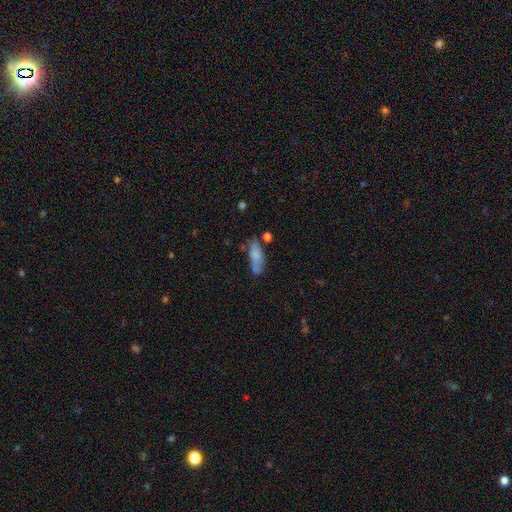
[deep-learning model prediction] Smooth or featured?
  - smooth: 76% *
  - featured or disk: 17%
  - star or artifact: 8%
How rounded?
  - in between: 64% *
  - cigar-shaped: 34%
  - round: 3%
Merging?
  - none: 52% *
  - minor disturbance: 25%
  - merger: 13%
  - major disturbance: 10%